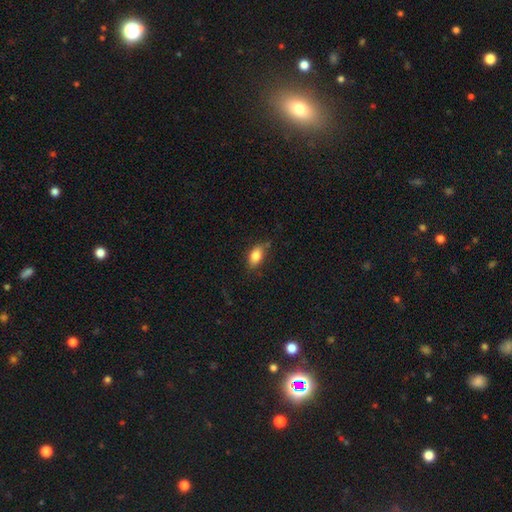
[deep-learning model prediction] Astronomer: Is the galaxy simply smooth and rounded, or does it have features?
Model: smooth — 83%.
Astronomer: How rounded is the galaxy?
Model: in between — 88%.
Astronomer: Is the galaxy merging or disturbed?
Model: none — 74%.